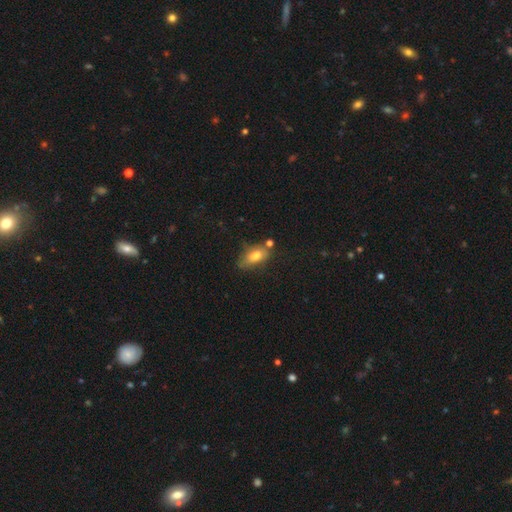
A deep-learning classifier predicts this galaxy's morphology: type=smooth (76%); roundness=in between (85%); merging=none (55%).